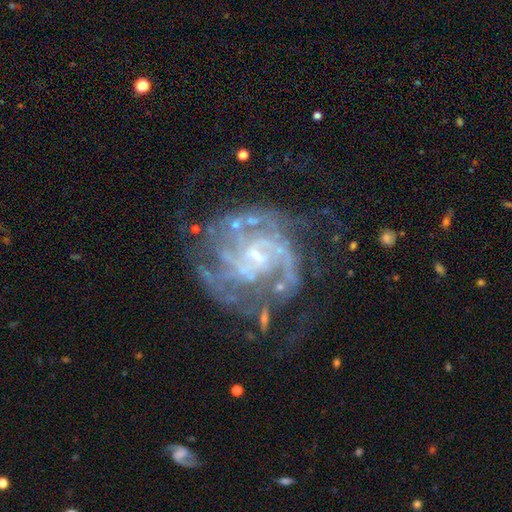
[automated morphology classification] Smooth or featured?
  - featured or disk: 87% *
  - star or artifact: 8%
  - smooth: 6%
Edge-on disk?
  - no: 98% *
  - yes: 2%
Bar?
  - no: 63% *
  - weak: 30%
  - strong: 8%
Spiral arms?
  - yes: 92% *
  - no: 8%
Spiral winding?
  - tight: 51% *
  - medium: 38%
  - loose: 11%
Spiral arm count?
  - can't tell: 31% *
  - 2: 23%
  - 3: 20%
  - 4: 12%
  - more than 4: 7%
  - 1: 7%
Bulge size?
  - small: 77% *
  - moderate: 14%
  - none: 6%
  - large: 1%
  - dominant: 1%
Merging?
  - none: 52% *
  - major disturbance: 24%
  - minor disturbance: 20%
  - merger: 4%